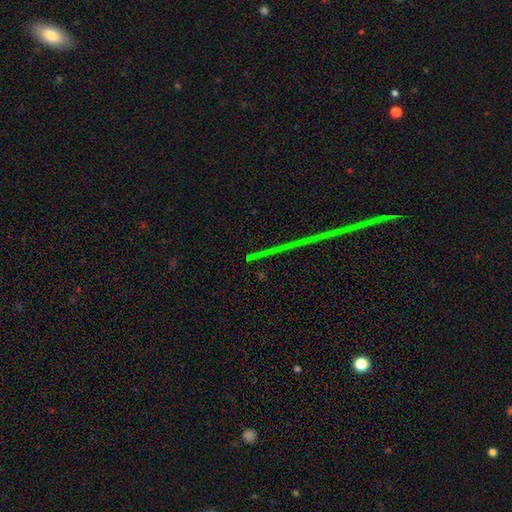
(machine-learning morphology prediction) type=star or artifact (80%).